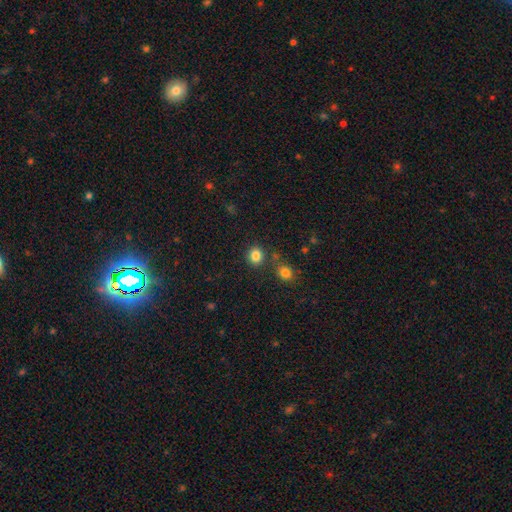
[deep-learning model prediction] Smooth or featured? Predicted: smooth (p=0.84). How rounded? Predicted: round (p=0.80). Merging? Predicted: none (p=0.80).